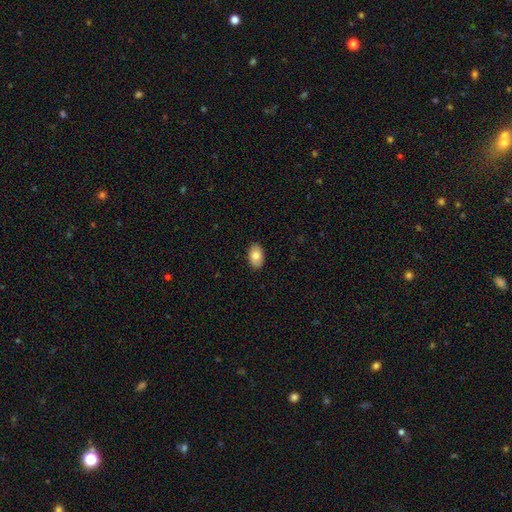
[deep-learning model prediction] This appears to be a smooth galaxy with no disk features (79%) that is in between round and cigar-shaped (91%). Merging: none (89%).